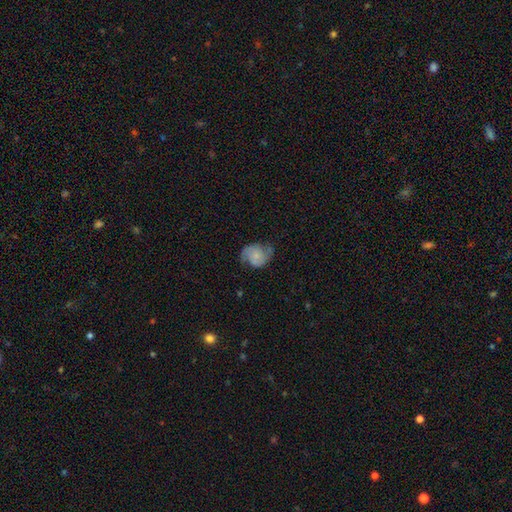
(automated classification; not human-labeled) A featured or disk galaxy (59%) with no bar (73%), 2 (86%) medium (45%) spiral arms (89%) and a small central bulge (53%). Merging: none (59%).